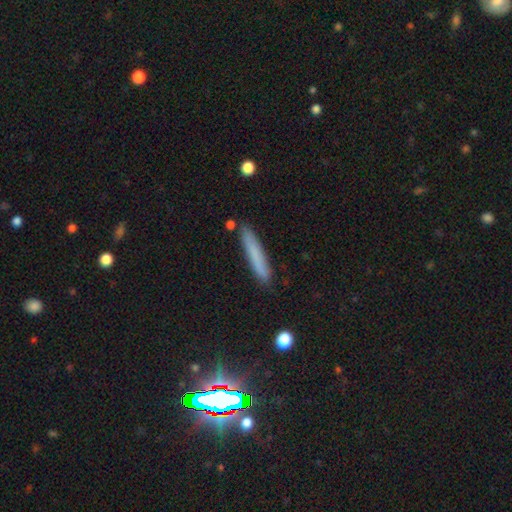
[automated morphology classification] type=smooth (74%); roundness=cigar-shaped (94%); merging=none (85%).